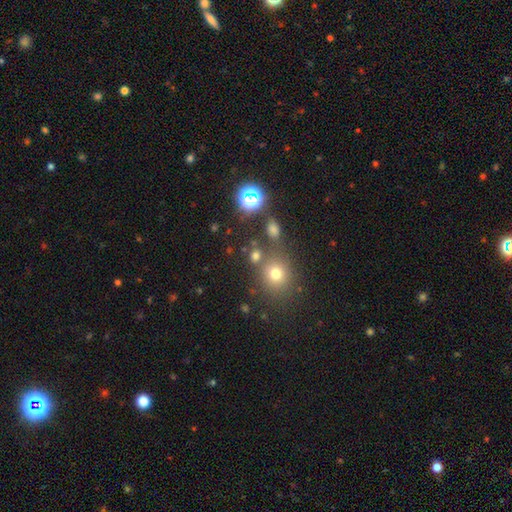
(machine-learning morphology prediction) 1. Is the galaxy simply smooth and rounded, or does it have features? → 66% smooth, 25% star or artifact, 9% featured or disk.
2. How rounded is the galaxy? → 75% round, 23% in between, 1% cigar-shaped.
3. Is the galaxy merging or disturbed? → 67% none, 19% merger, 9% minor disturbance, 5% major disturbance.